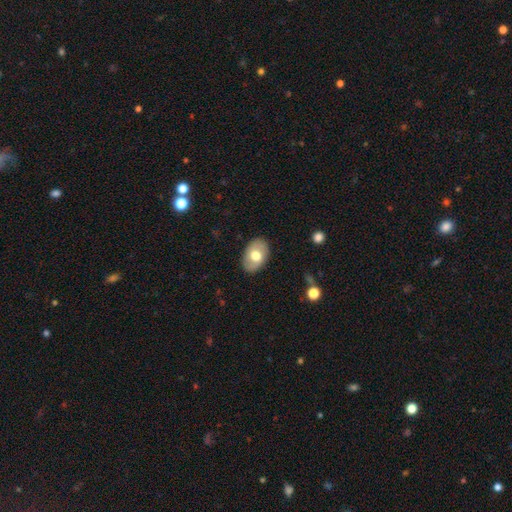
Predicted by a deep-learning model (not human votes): Overall: smooth (67%; featured or disk 27%). How rounded: in between (87%). Merging: none (85%).